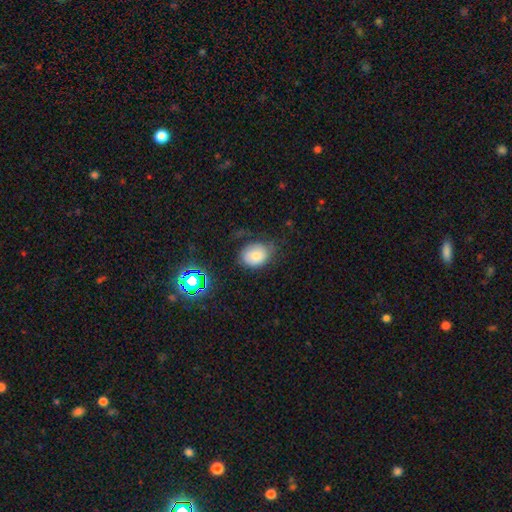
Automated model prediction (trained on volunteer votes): Smooth or featured? Predicted: smooth (p=0.73). How rounded? Predicted: in between (p=0.54). Merging? Predicted: none (p=0.52).